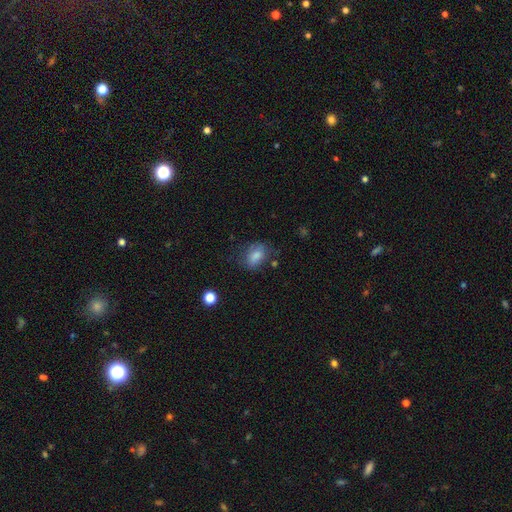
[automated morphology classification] Smooth or featured? smooth (79%)
How rounded? in between (81%)
Merging? none (62%)